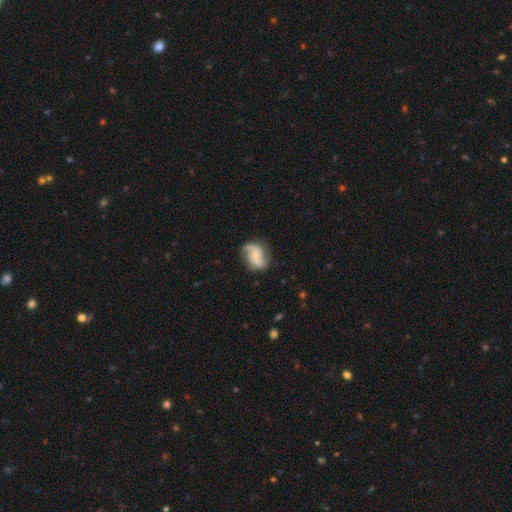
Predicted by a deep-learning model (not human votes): Smooth or featured?
  - featured or disk: 74% *
  - smooth: 20%
  - star or artifact: 6%
Edge-on disk?
  - no: 97% *
  - yes: 3%
Bar?
  - no: 51% *
  - weak: 36%
  - strong: 13%
Spiral arms?
  - yes: 94% *
  - no: 6%
Spiral winding?
  - loose: 56% *
  - medium: 33%
  - tight: 11%
Spiral arm count?
  - 2: 89% *
  - can't tell: 4%
  - 1: 3%
  - 3: 2%
  - 4: 1%
  - more than 4: 1%
Bulge size?
  - small: 55% *
  - moderate: 34%
  - none: 7%
  - large: 2%
  - dominant: 1%
Merging?
  - none: 72% *
  - minor disturbance: 20%
  - major disturbance: 7%
  - merger: 2%